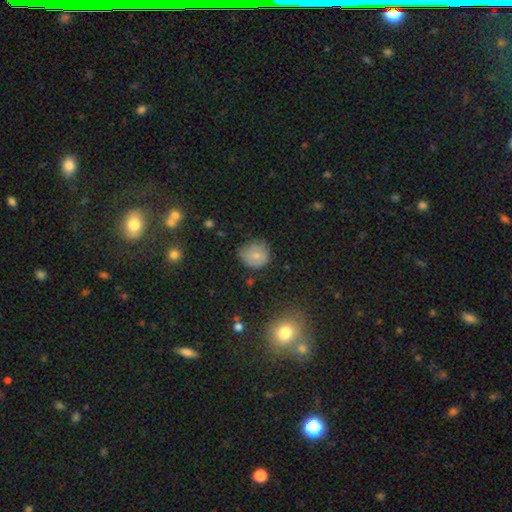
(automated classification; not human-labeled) smooth 70%, featured or disk 19%, star or artifact 11%. Down the decision tree: how rounded — round (82%); merging — none (56%).